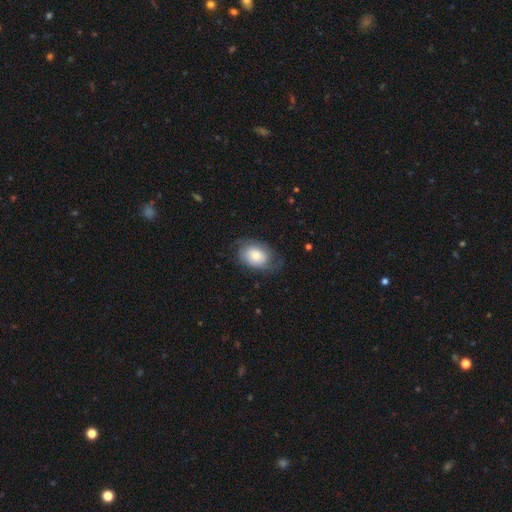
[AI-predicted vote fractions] This appears to be a smooth galaxy with no disk features (57%) that is in between round and cigar-shaped (80%). Merging: none (63%).